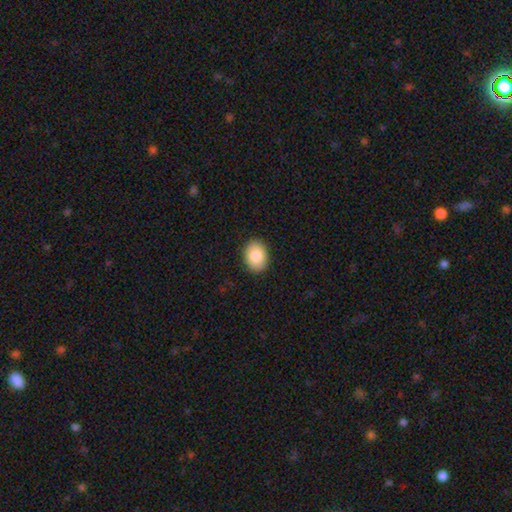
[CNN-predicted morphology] smooth_or_featured: smooth (p=0.85) [alt: featured or disk p=0.08]
how_rounded: in between (p=0.73) [alt: round p=0.26]
merging: none (p=0.90) [alt: minor disturbance p=0.07]